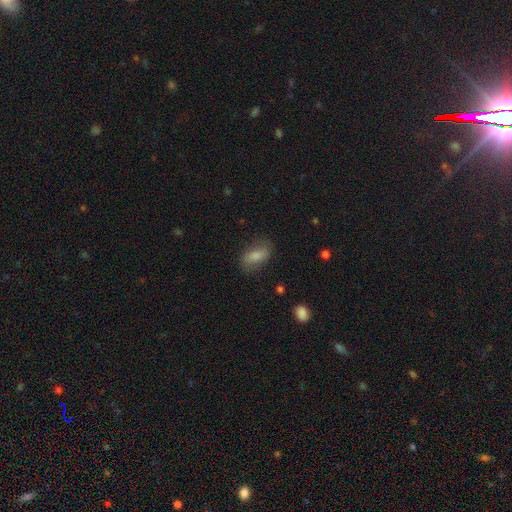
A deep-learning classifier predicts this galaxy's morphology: The model was most divided on "merging": none: 72%, minor disturbance: 19%, major disturbance: 7%, merger: 2%. More confident: how rounded — in between (87%); smooth or featured — smooth (78%).